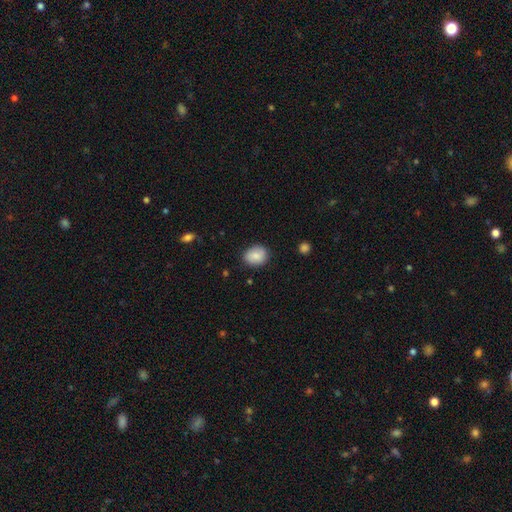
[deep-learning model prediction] smooth-or-featured: smooth: 82% | featured or disk: 10% | star or artifact: 8%
  how-rounded: round: 51% | in between: 48% | cigar-shaped: 1%
  merging: none: 82% | minor disturbance: 14% | major disturbance: 3% | merger: 1%